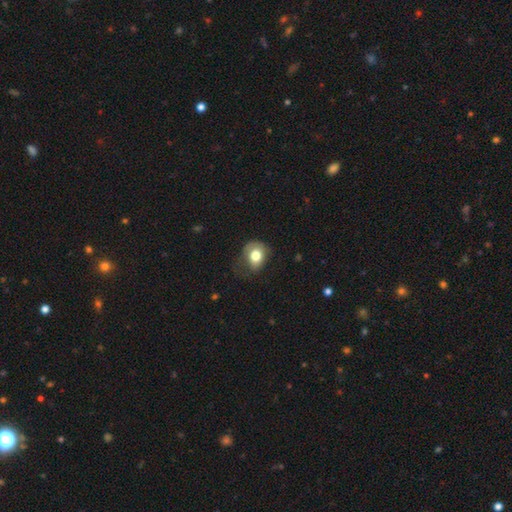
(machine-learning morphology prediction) This is likely a smooth galaxy (72%). How rounded: possibly round (51%). Merging: marginally none (40%).